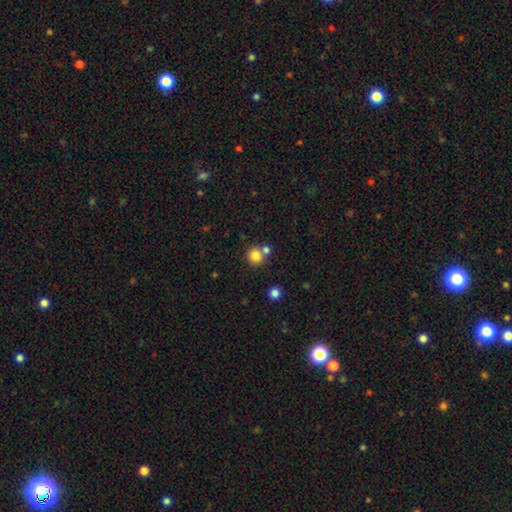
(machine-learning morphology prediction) A smooth galaxy with no disk features (81%) that is round (89%).

Vote fractions:
- Smooth or featured? smooth: 81% / star or artifact: 12% / featured or disk: 7%
- How rounded? round: 89% / in between: 10% / cigar-shaped: 1%
- Merging? none: 63% / merger: 27% / minor disturbance: 8% / major disturbance: 3%